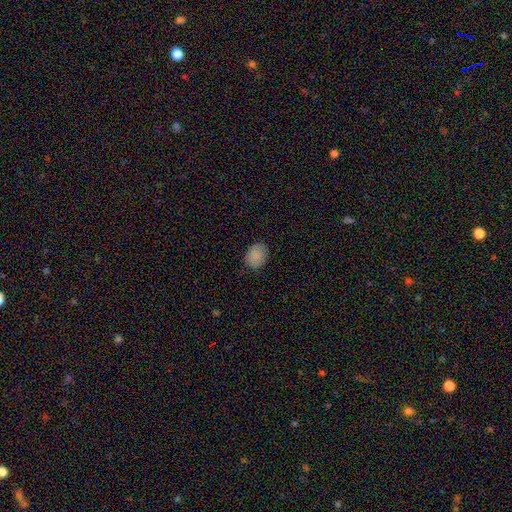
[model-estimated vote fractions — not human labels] A smooth galaxy with no disk features (87%) that is in between round and cigar-shaped (51%).

Vote fractions:
- Smooth or featured? smooth: 87% / star or artifact: 8% / featured or disk: 5%
- How rounded? in between: 51% / round: 48% / cigar-shaped: 1%
- Merging? none: 85% / minor disturbance: 12% / major disturbance: 2% / merger: 1%